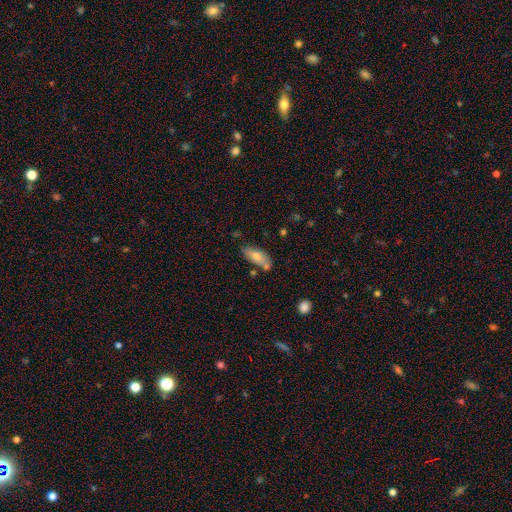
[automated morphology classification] type=smooth (72%); roundness=in between (78%); merging=none (64%).